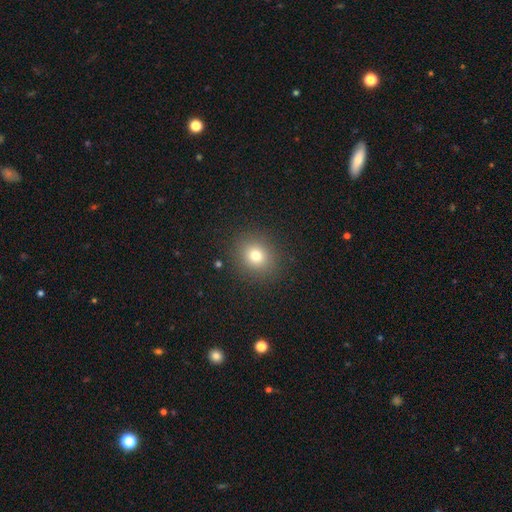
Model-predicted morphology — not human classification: Smooth or featured? Predicted: smooth (p=0.76). How rounded? Predicted: round (p=0.79). Merging? Predicted: none (p=0.88).